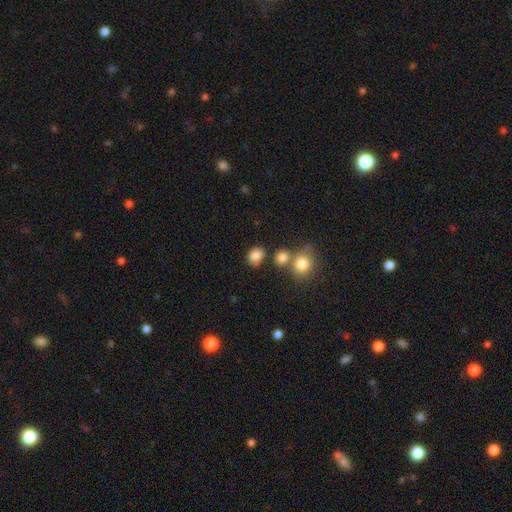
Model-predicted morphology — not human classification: A smooth galaxy with no disk features (83%) that is in between round and cigar-shaped (52%).

Vote fractions:
- Smooth or featured? smooth: 83% / star or artifact: 11% / featured or disk: 6%
- How rounded? in between: 52% / round: 46% / cigar-shaped: 1%
- Merging? none: 63% / merger: 16% / minor disturbance: 16% / major disturbance: 5%